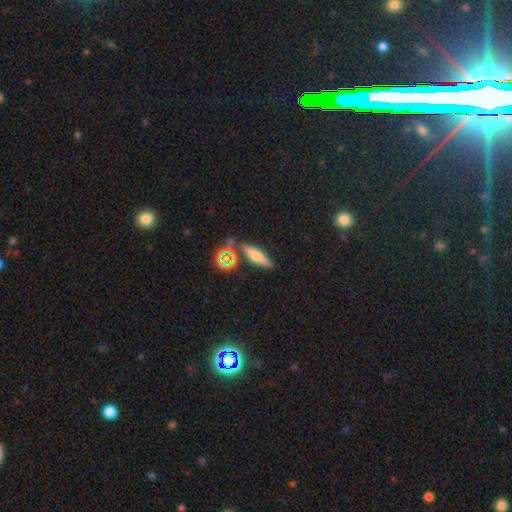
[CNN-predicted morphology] Overall: smooth (59%; featured or disk 24%). How rounded: cigar-shaped (61%; in between 32%). Merging: none (74%).